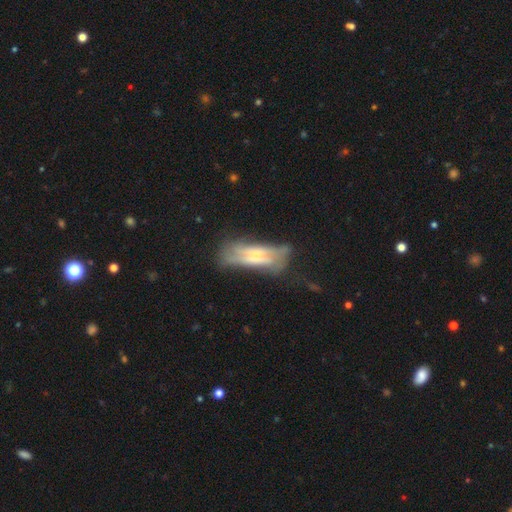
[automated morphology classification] Overall: featured or disk (55%; smooth 37%). Edge-on disk: no (52%; yes 48%). Merging: none (46%; minor disturbance 26%).